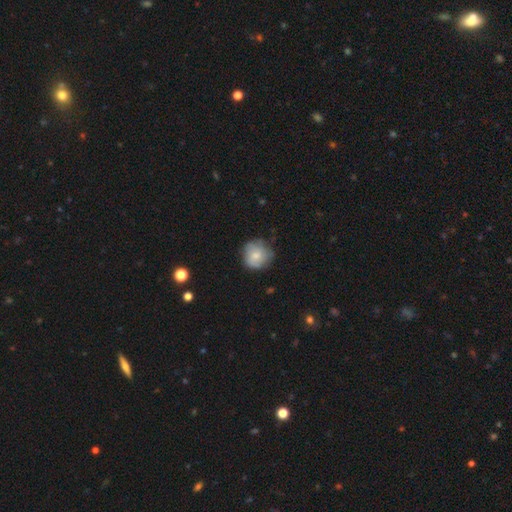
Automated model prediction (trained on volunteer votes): smooth_or_featured: smooth (p=0.70) [alt: featured or disk p=0.23]
how_rounded: round (p=0.88) [alt: in between p=0.11]
merging: none (p=0.69) [alt: minor disturbance p=0.23]